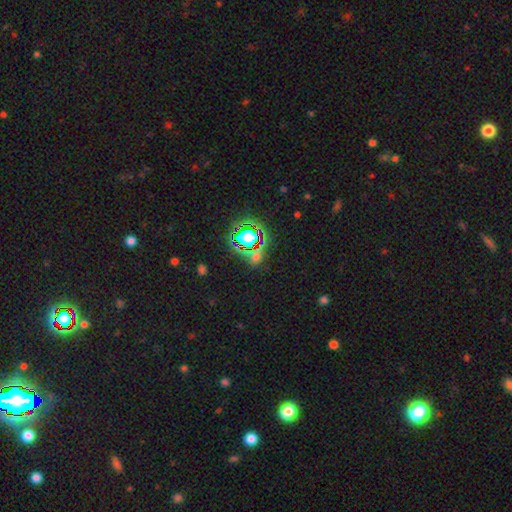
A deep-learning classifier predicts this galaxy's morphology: smooth_or_featured: star or artifact (p=0.72) [alt: smooth p=0.18]